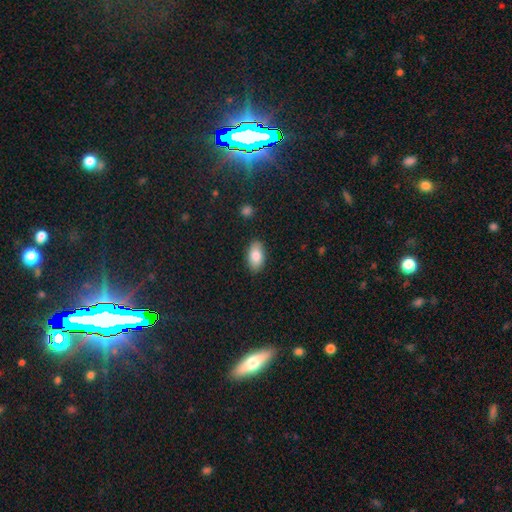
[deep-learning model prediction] smooth 84%, featured or disk 9%, star or artifact 7%. Down the decision tree: how rounded — in between (93%); merging — none (87%).